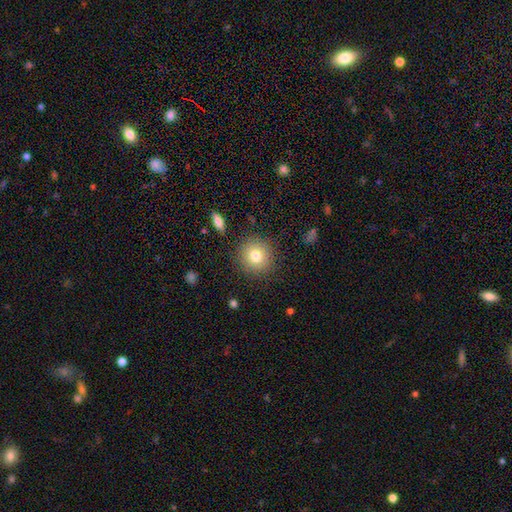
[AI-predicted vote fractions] The model was most divided on "smooth or featured": smooth: 79%, featured or disk: 11%, star or artifact: 10%. More confident: how rounded — round (93%); merging — none (88%).